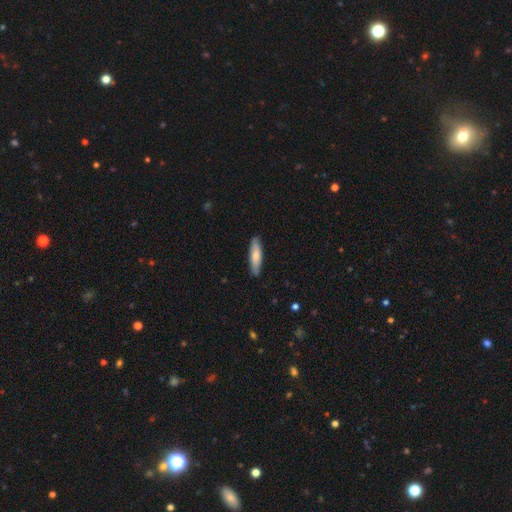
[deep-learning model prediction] Morphology: type=smooth (74%); roundness=cigar-shaped (71%); merging=none (87%).